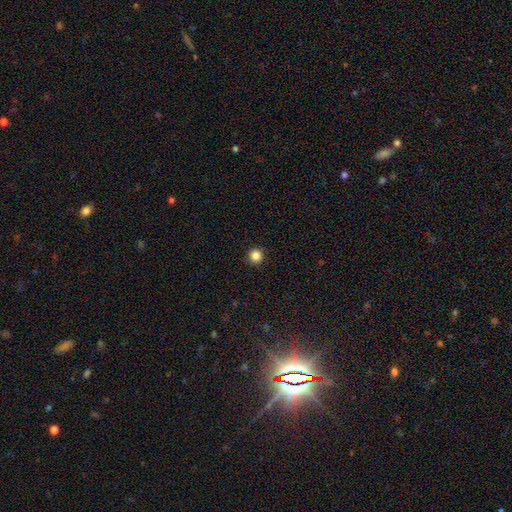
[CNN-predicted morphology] Smooth or featured: smooth — 85% (star or artifact — 12%)
How rounded: round — 95% (in between — 4%)
Merging: none — 93% (minor disturbance — 4%)